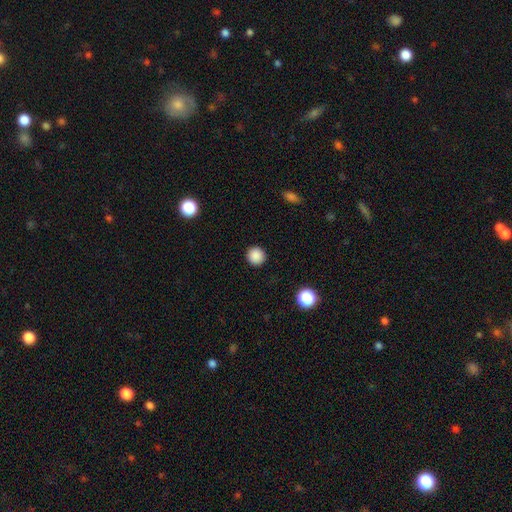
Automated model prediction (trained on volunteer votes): Smooth or featured? smooth (87%)
How rounded? round (94%)
Merging? none (92%)